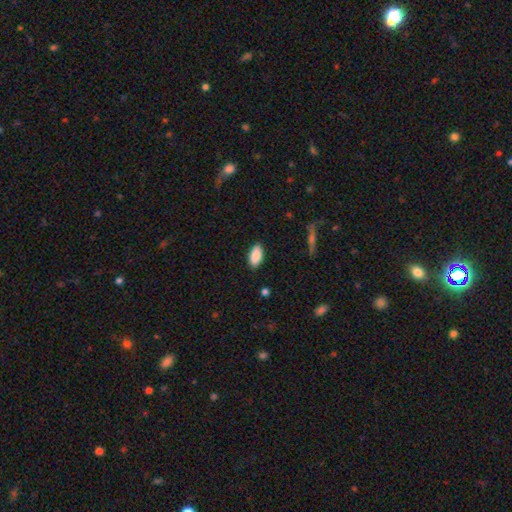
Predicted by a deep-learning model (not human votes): A smooth galaxy with no disk features (88%) that is in between round and cigar-shaped (92%). Merging: none (86%).